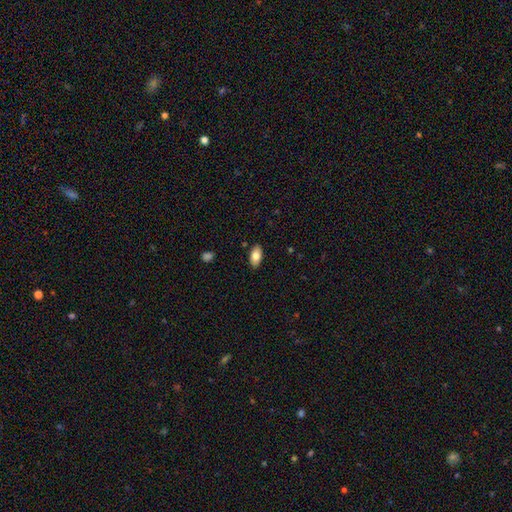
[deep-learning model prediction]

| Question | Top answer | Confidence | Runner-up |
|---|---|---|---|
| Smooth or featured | smooth | 79% | featured or disk (14%) |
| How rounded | in between | 93% | cigar-shaped (4%) |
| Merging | none | 88% | minor disturbance (9%) |